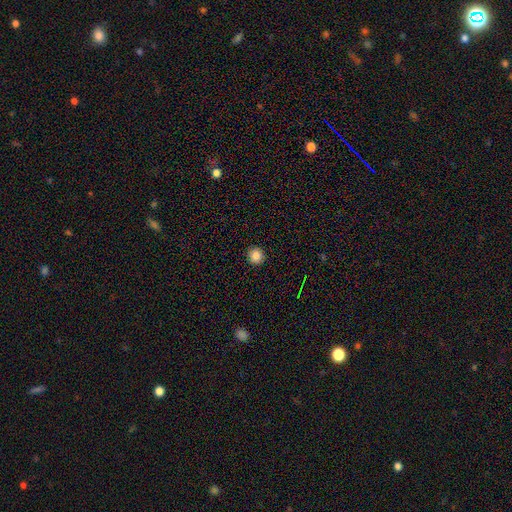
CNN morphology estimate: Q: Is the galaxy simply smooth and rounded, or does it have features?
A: smooth — 85%.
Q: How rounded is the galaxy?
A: round — 94%.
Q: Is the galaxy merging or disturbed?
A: none — 93%.